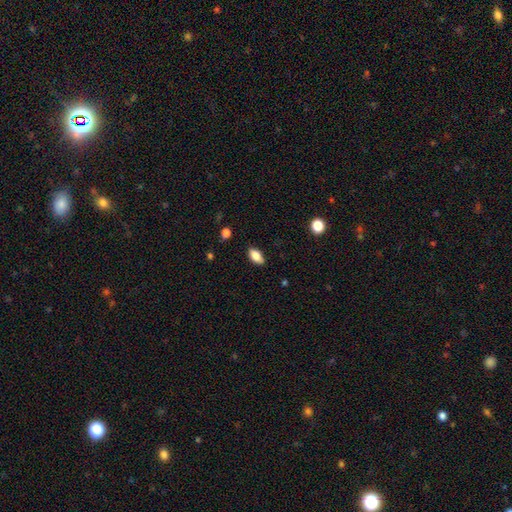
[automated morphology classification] smooth 84%, star or artifact 8%, featured or disk 8%. Down the decision tree: how rounded — in between (91%); merging — none (85%).